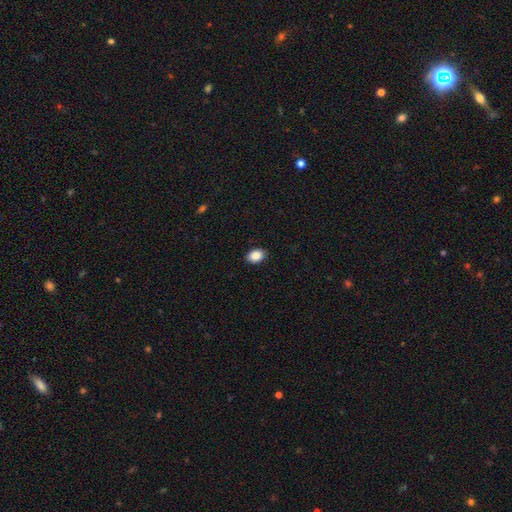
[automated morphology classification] smooth 89%, star or artifact 8%, featured or disk 4%. Down the decision tree: how rounded — in between (78%); merging — none (89%).